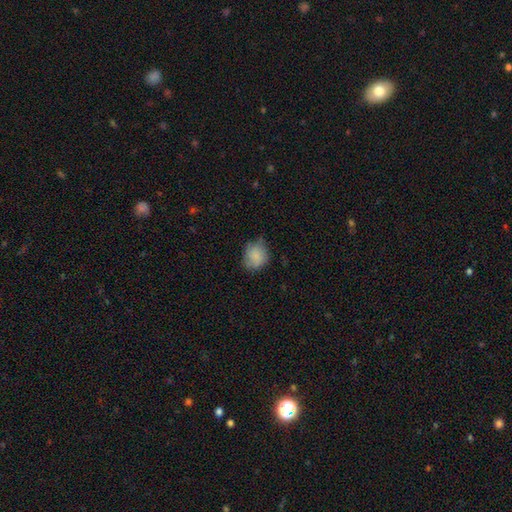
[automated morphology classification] smooth-or-featured: smooth: 81% | featured or disk: 11% | star or artifact: 8%
  how-rounded: round: 68% | in between: 31% | cigar-shaped: 1%
  merging: none: 62% | minor disturbance: 30% | major disturbance: 7% | merger: 1%